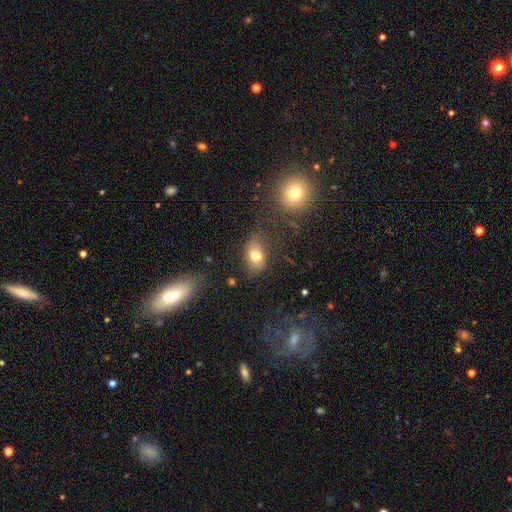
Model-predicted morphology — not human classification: The model was most divided on "merging": none: 70%, minor disturbance: 19%, major disturbance: 7%, merger: 4%. More confident: how rounded — in between (84%); smooth or featured — smooth (76%).